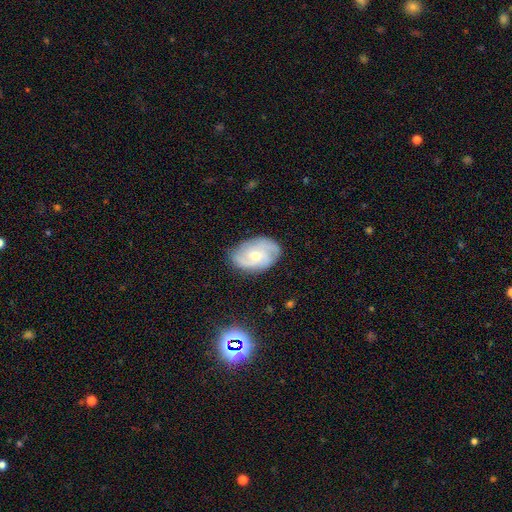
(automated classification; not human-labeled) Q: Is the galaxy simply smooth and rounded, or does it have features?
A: featured or disk — 75%.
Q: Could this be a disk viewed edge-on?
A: no — 96%.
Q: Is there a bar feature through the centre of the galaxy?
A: no — 61%.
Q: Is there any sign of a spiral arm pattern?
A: yes — 93%.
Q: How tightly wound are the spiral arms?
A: medium — 43%.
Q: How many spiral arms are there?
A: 2 — 34%.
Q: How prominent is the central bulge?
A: small — 49%.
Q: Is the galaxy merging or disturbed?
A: none — 77%.